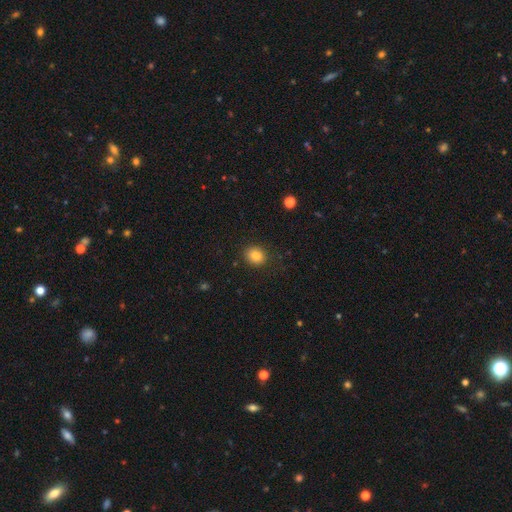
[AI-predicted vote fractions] Smooth or featured?
  - smooth: 84% *
  - star or artifact: 10%
  - featured or disk: 5%
How rounded?
  - round: 66% *
  - in between: 33%
  - cigar-shaped: 1%
Merging?
  - none: 87% *
  - minor disturbance: 9%
  - major disturbance: 3%
  - merger: 1%